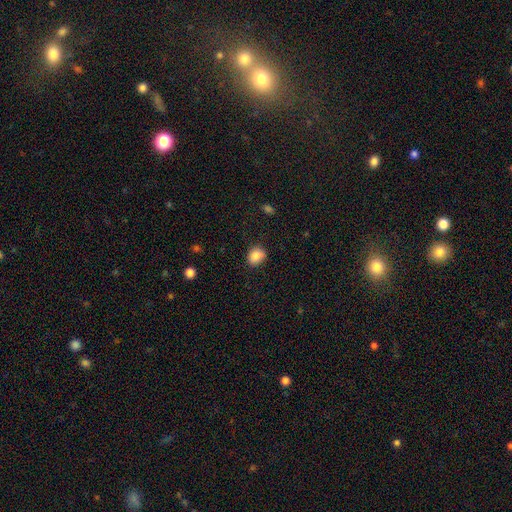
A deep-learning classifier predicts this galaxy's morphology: Smooth or featured: smooth — 85% (star or artifact — 9%)
How rounded: round — 59% (in between — 40%)
Merging: none — 82% (minor disturbance — 14%)